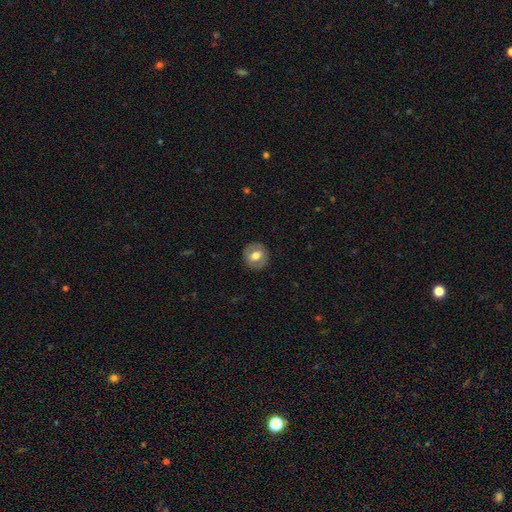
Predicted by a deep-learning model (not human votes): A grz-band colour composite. It shows a smooth galaxy with no disk features (63%) that is round (84%). Merging: none (88%).